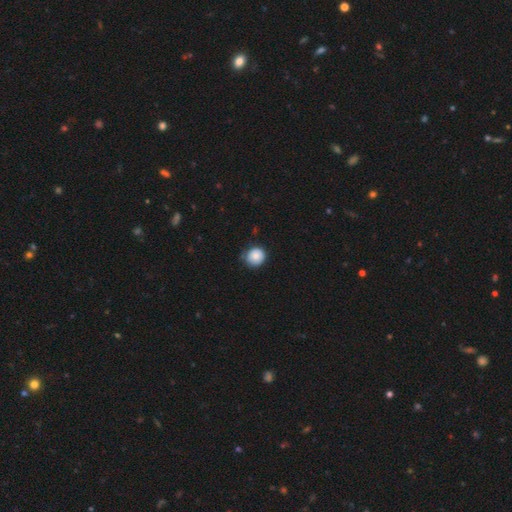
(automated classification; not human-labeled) Q: Smooth or featured?
A: smooth (83%); runner-up: featured or disk (9%)
Q: How rounded?
A: round (87%); runner-up: in between (12%)
Q: Merging?
A: none (70%); runner-up: minor disturbance (24%)